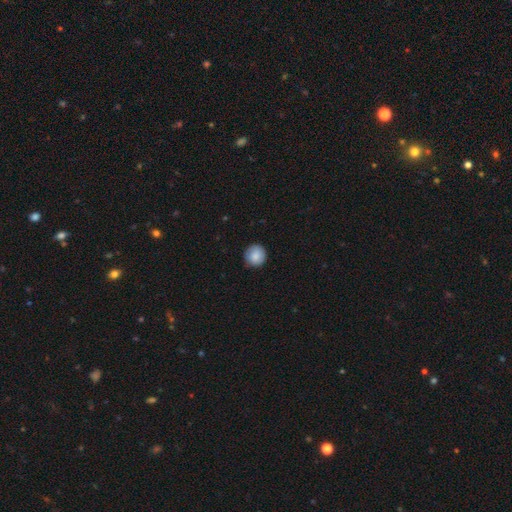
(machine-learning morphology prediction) smooth-or-featured: smooth: 87% | star or artifact: 7% | featured or disk: 6%
  how-rounded: round: 94% | in between: 5% | cigar-shaped: 1%
  merging: none: 89% | minor disturbance: 9% | major disturbance: 2% | merger: 1%